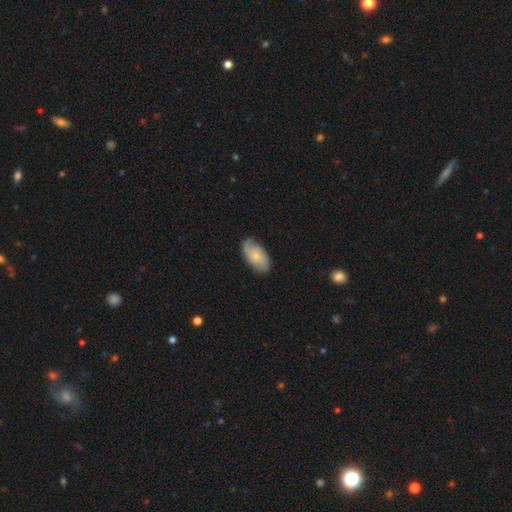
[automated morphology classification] smooth 57%, featured or disk 37%, star or artifact 6%. Down the decision tree: how rounded — in between (94%); merging — none (76%).